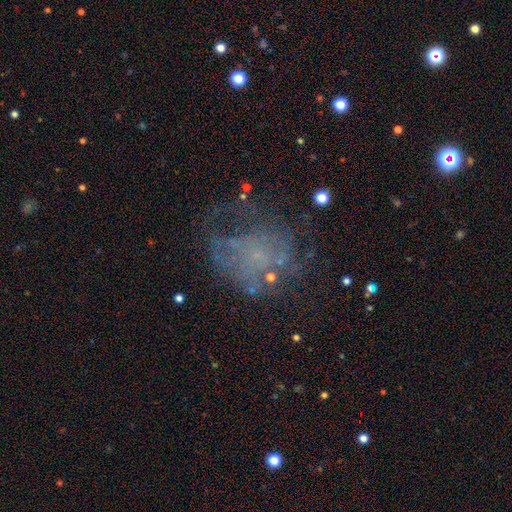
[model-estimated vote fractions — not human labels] Morphology: type=featured or disk (46%); merging=none (49%).